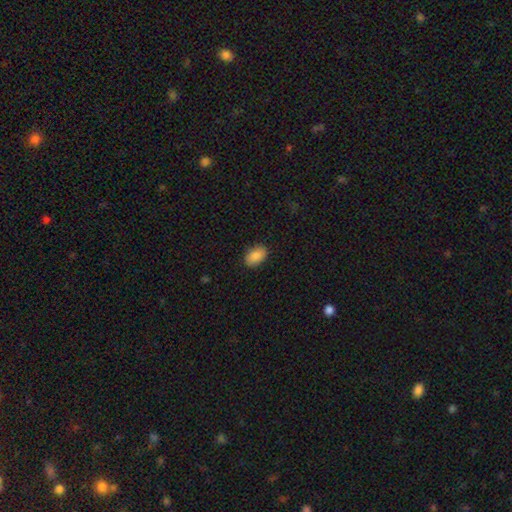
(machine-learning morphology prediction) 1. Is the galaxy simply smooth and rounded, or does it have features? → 87% smooth, 7% star or artifact, 6% featured or disk.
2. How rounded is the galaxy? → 90% in between, 9% round, 1% cigar-shaped.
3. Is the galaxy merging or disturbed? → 88% none, 9% minor disturbance, 2% major disturbance, 1% merger.